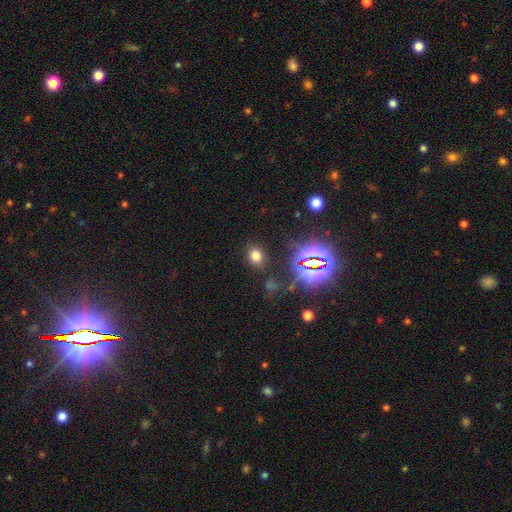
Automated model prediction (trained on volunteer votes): smooth_or_featured: smooth (p=0.68) [alt: star or artifact p=0.24]
how_rounded: in between (p=0.52) [alt: round p=0.47]
merging: none (p=0.84) [alt: minor disturbance p=0.10]